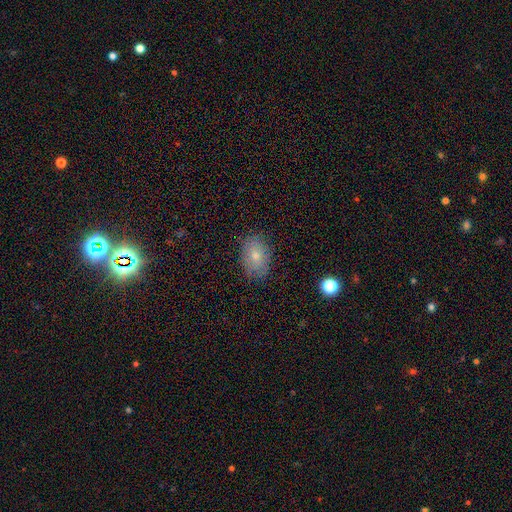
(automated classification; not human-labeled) This is likely a smooth galaxy (73%). How rounded: clearly in between (82%). Merging: clearly none (81%).